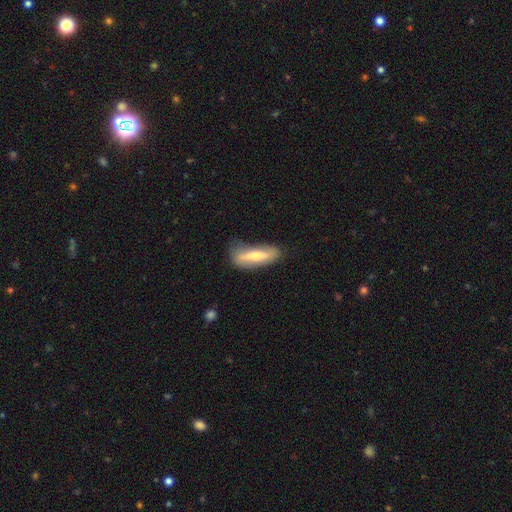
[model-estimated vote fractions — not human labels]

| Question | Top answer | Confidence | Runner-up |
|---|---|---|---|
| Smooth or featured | smooth | 53% | featured or disk (41%) |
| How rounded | cigar-shaped | 55% | in between (42%) |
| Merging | none | 69% | minor disturbance (23%) |